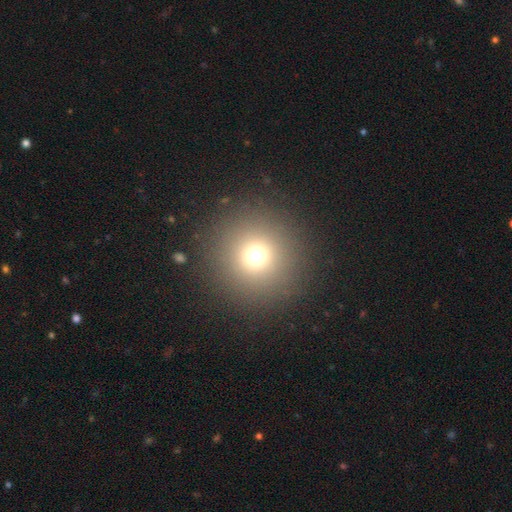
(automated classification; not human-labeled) Smooth or featured: smooth — 69% (star or artifact — 22%)
How rounded: round — 96% (in between — 3%)
Merging: none — 90% (minor disturbance — 5%)